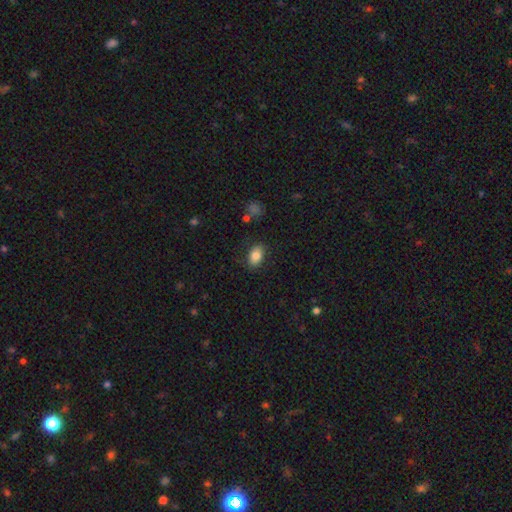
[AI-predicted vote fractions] This appears to be a smooth galaxy with no disk features (82%) that is in between round and cigar-shaped (86%). Merging: none (80%).